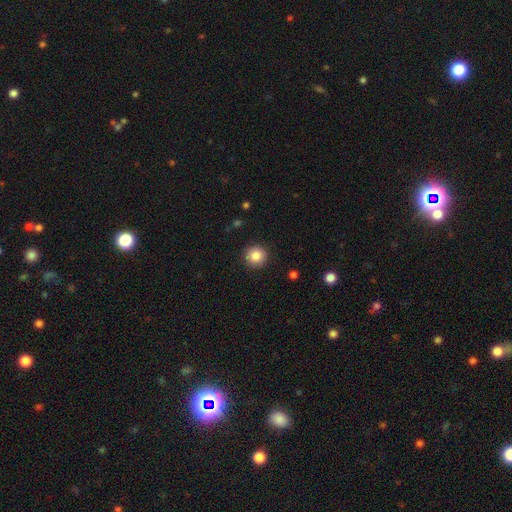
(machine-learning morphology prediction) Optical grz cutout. It shows a smooth galaxy with no disk features (86%) that is round (94%). Merging: none (91%).